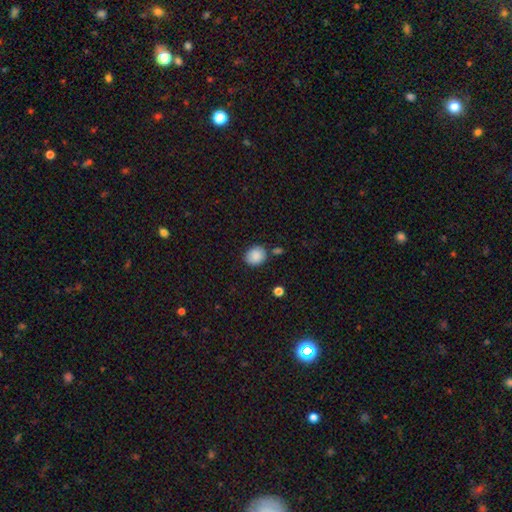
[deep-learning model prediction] Smooth or featured: smooth — 88% (star or artifact — 8%)
How rounded: round — 62% (in between — 37%)
Merging: none — 77% (minor disturbance — 13%)